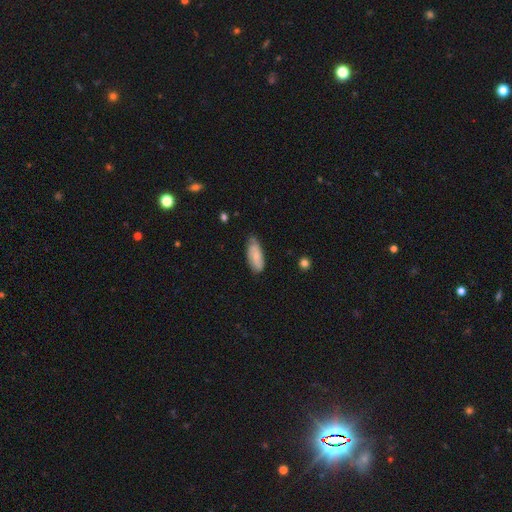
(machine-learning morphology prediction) A smooth galaxy with no disk features (69%) that is in between round and cigar-shaped (80%).

Vote fractions:
- Smooth or featured? smooth: 69% / featured or disk: 25% / star or artifact: 6%
- How rounded? in between: 80% / cigar-shaped: 18% / round: 2%
- Merging? none: 65% / minor disturbance: 28% / major disturbance: 5% / merger: 2%